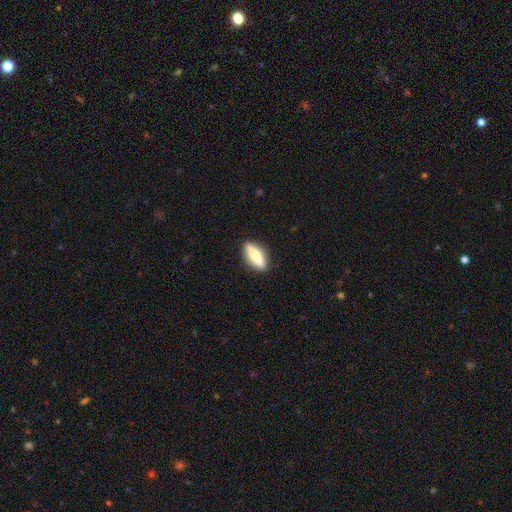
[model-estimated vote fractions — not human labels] The model was most divided on "how rounded" (2-way tie): in between: 48%, cigar-shaped: 48%, round: 3%. More confident: merging — none (89%); smooth or featured — smooth (52%).